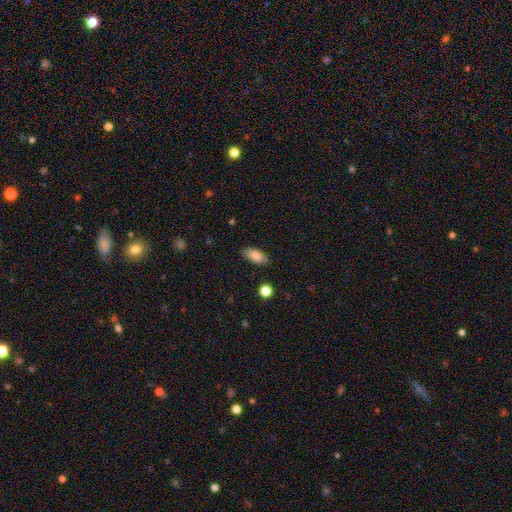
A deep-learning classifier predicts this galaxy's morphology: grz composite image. It shows a smooth galaxy with no disk features (84%) that is in between round and cigar-shaped (89%). Merging: none (84%).